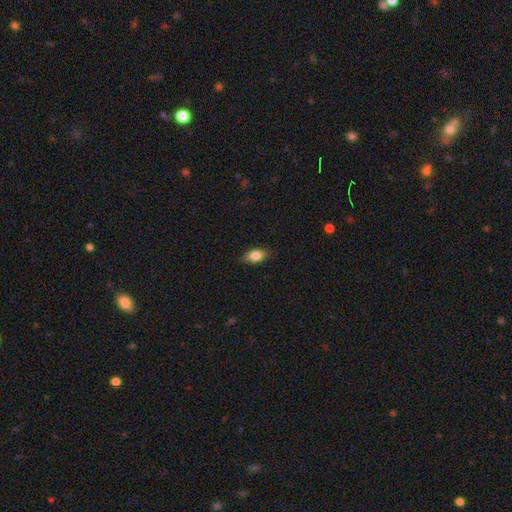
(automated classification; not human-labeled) This appears to be a smooth galaxy with no disk features (82%) that is in between round and cigar-shaped (85%). Merging: none (84%).